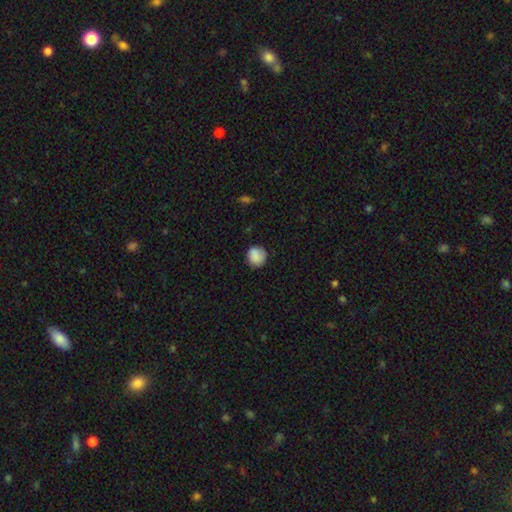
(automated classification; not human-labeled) A smooth galaxy with no disk features (86%) that is round (84%).

Vote fractions:
- Smooth or featured? smooth: 86% / star or artifact: 8% / featured or disk: 6%
- How rounded? round: 84% / in between: 15% / cigar-shaped: 1%
- Merging? none: 78% / minor disturbance: 17% / major disturbance: 4% / merger: 1%